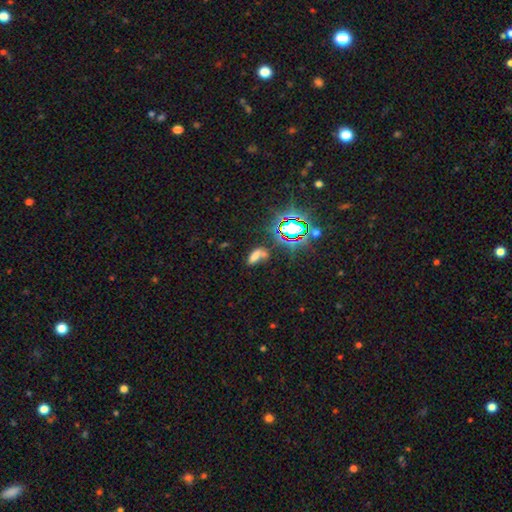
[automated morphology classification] smooth 58%, star or artifact 29%, featured or disk 13%. Down the decision tree: how rounded — in between (80%); merging — none (43%).